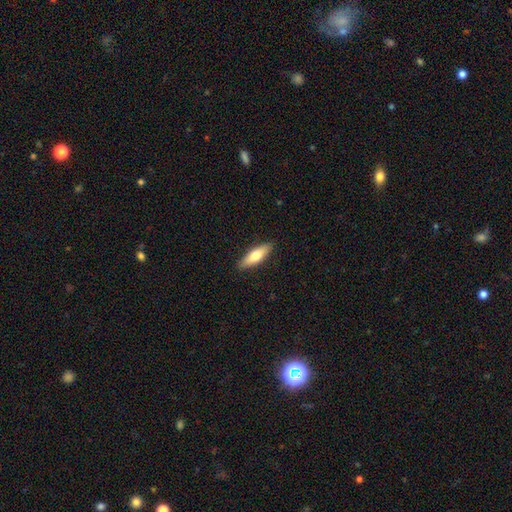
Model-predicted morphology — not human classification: smooth_or_featured: smooth (p=0.63) [alt: featured or disk p=0.32]
how_rounded: cigar-shaped (p=0.52) [alt: in between p=0.46]
merging: none (p=0.90) [alt: minor disturbance p=0.08]